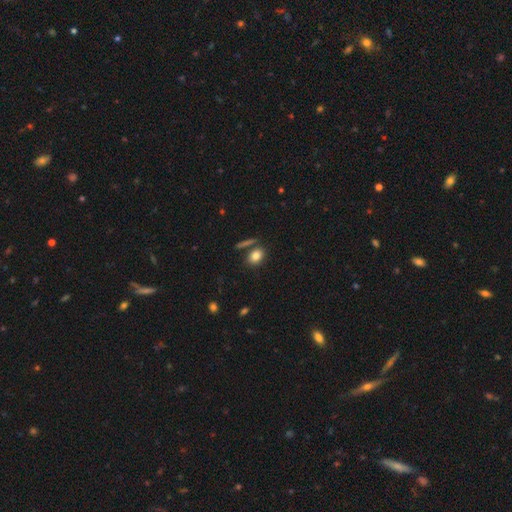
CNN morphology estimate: A smooth galaxy with no disk features (82%) that is in between round and cigar-shaped (74%). Merging: none (74%).